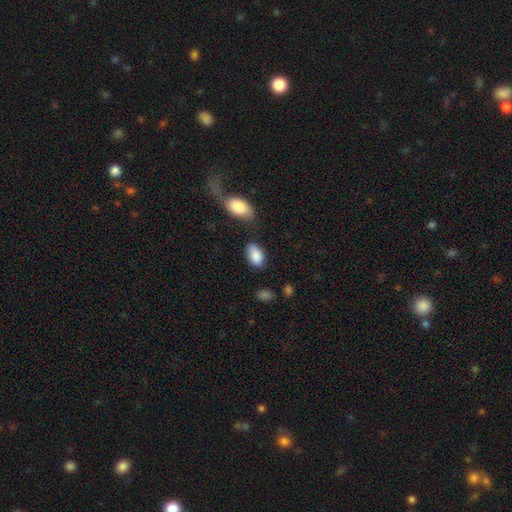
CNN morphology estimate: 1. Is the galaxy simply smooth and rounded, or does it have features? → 87% smooth, 7% star or artifact, 6% featured or disk.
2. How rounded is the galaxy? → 93% in between, 5% round, 2% cigar-shaped.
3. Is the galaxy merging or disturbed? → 68% none, 19% minor disturbance, 8% merger, 5% major disturbance.